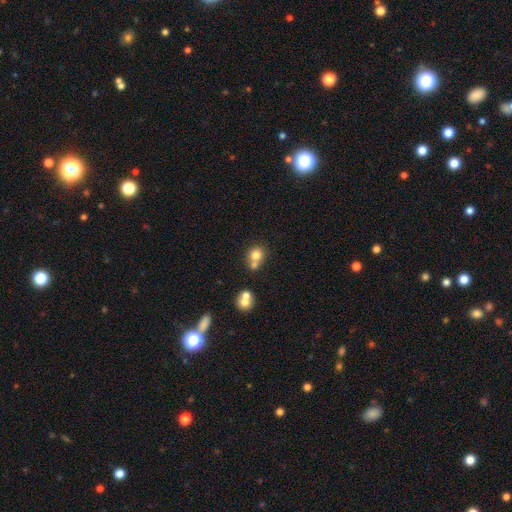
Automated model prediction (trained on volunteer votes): Overall: smooth (76%). How rounded: round (80%). Merging: none (45%; merger 43%).